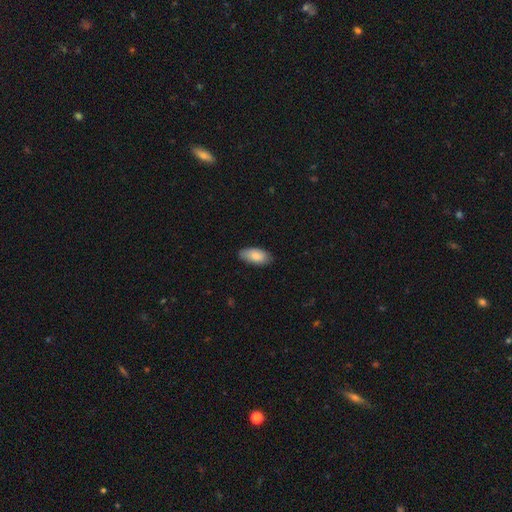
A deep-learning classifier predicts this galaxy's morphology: This appears to be a smooth galaxy with no disk features (83%) that is in between round and cigar-shaped (93%). Merging: none (83%).